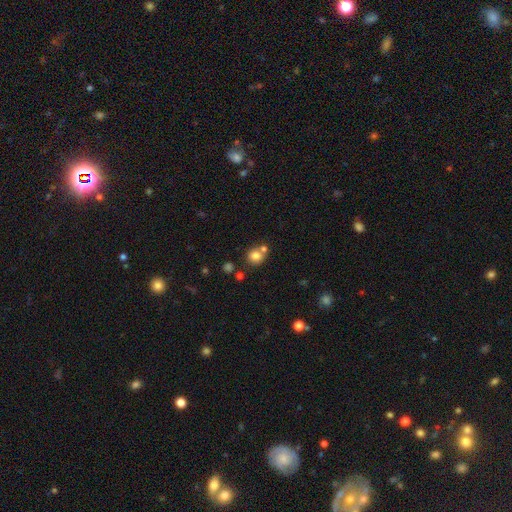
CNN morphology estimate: Smooth or featured? Predicted: smooth (p=0.79). How rounded? Predicted: round (p=0.82). Merging? Predicted: none (p=0.60).